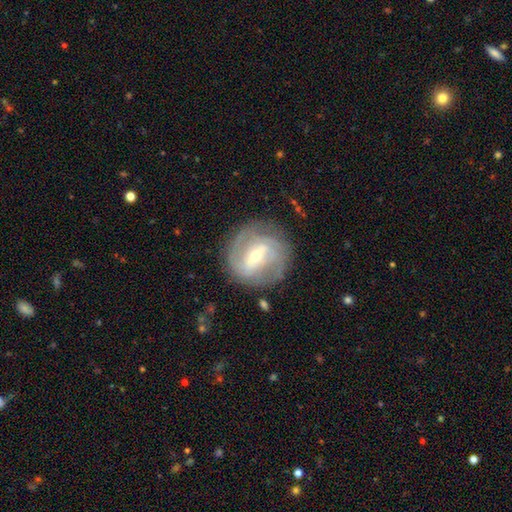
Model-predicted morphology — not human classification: smooth_or_featured: featured or disk (p=0.81) [alt: smooth p=0.13]
disk_edge_on: no (p=0.96) [alt: yes p=0.04]
bar: weak (p=0.42) [tied with: strong p=0.42]
has_spiral_arms: yes (p=0.89) [alt: no p=0.11]
spiral_winding: tight (p=0.50) [alt: medium p=0.37]
spiral_arm_count: 2 (p=0.55) [alt: can't tell p=0.22]
bulge_size: moderate (p=0.50) [alt: small p=0.46]
merging: none (p=0.78) [alt: minor disturbance p=0.14]